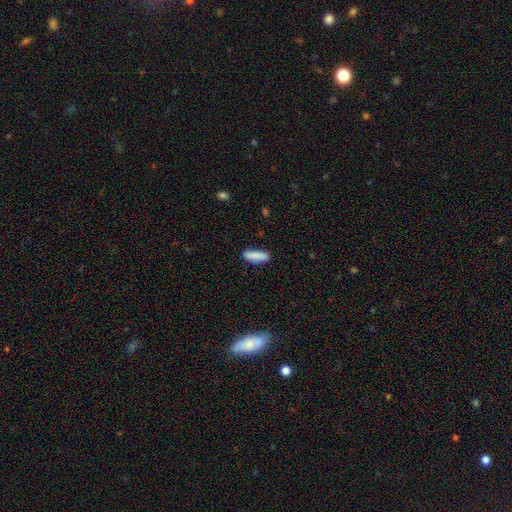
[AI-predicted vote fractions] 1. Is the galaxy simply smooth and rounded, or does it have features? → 87% smooth, 7% star or artifact, 6% featured or disk.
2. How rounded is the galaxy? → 55% cigar-shaped, 44% in between, 2% round.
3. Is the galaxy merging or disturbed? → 86% none, 11% minor disturbance, 2% major disturbance, 1% merger.